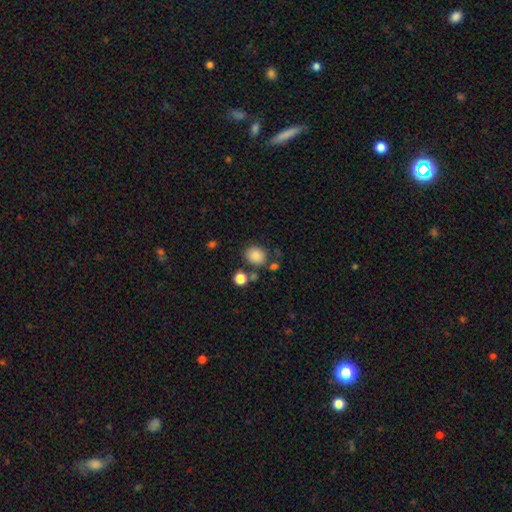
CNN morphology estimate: This appears to be a smooth galaxy with no disk features (85%) that is round (65%). Merging: none (73%).